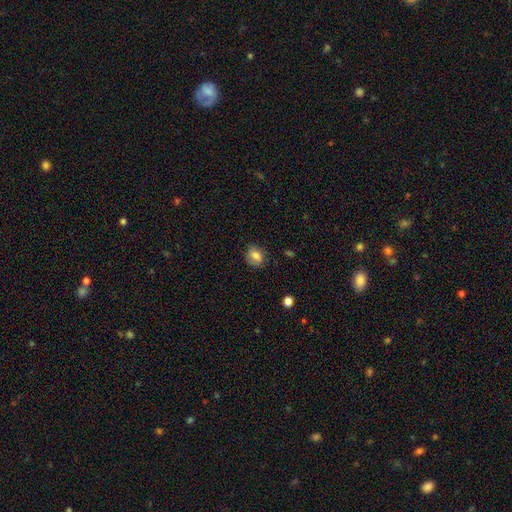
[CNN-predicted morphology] A smooth galaxy with no disk features (80%) that is in between round and cigar-shaped (50%).

Vote fractions:
- Smooth or featured? smooth: 80% / featured or disk: 11% / star or artifact: 9%
- How rounded? in between: 50% / round: 48% / cigar-shaped: 1%
- Merging? none: 76% / minor disturbance: 18% / major disturbance: 5% / merger: 1%